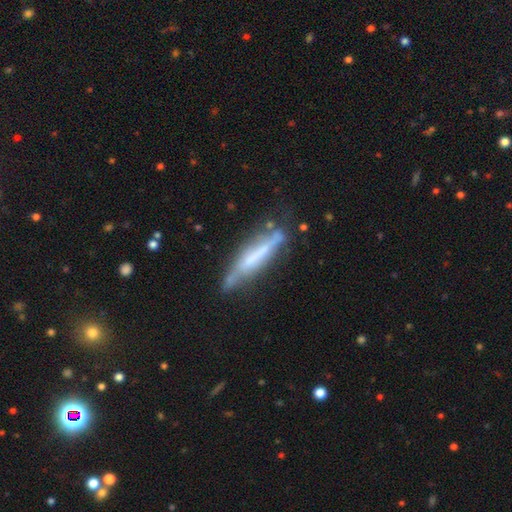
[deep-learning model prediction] Morphology: type=featured or disk (63%); edge-on=yes (79%); merging=none (60%).